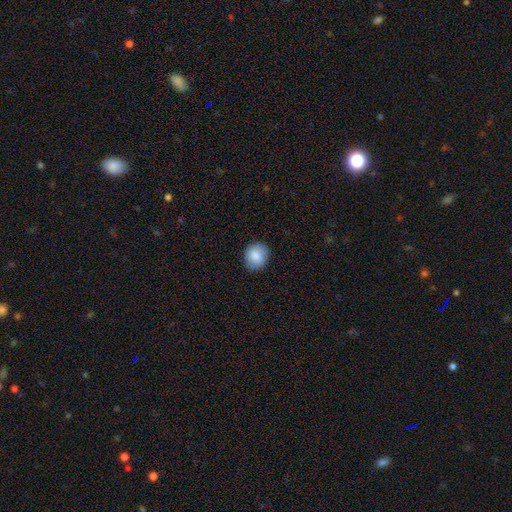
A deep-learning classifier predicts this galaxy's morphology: smooth-or-featured: smooth: 86% | star or artifact: 7% | featured or disk: 7%
  how-rounded: round: 71% | in between: 28% | cigar-shaped: 1%
  merging: none: 87% | minor disturbance: 10% | major disturbance: 2% | merger: 1%